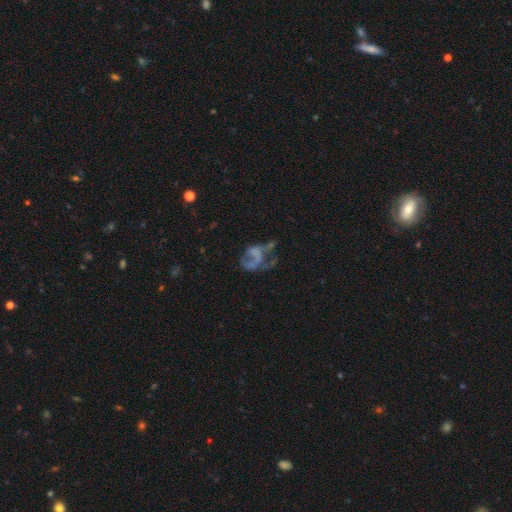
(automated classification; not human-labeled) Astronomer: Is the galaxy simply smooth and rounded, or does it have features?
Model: featured or disk — 54% (runner-up: smooth, 30%).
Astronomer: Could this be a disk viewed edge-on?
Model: no — 98%.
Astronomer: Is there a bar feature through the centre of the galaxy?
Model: no — 86%.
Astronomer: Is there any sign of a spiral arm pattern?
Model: no — 75%.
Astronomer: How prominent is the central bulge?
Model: none — 79%.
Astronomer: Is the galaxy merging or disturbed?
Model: major disturbance — 50%.